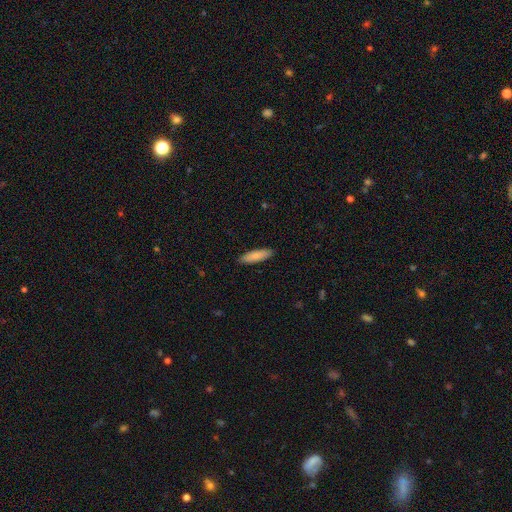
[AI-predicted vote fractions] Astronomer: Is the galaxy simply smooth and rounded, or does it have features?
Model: smooth — 85%.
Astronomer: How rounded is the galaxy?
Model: cigar-shaped — 61% (runner-up: in between, 37%).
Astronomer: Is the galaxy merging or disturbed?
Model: none — 90%.